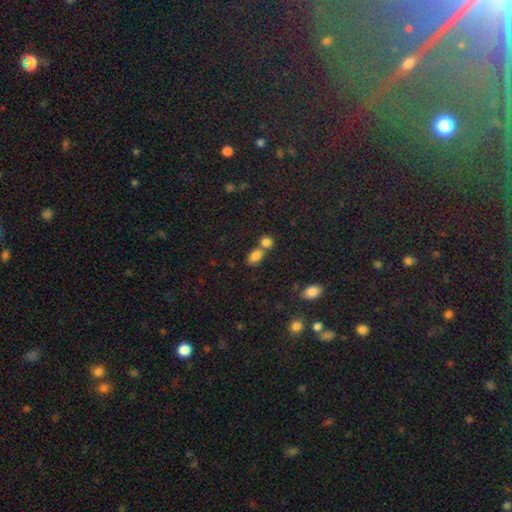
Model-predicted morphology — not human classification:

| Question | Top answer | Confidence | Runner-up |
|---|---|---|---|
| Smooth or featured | smooth | 81% | star or artifact (11%) |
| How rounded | in between | 83% | round (15%) |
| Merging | merger | 46% | none (42%) |